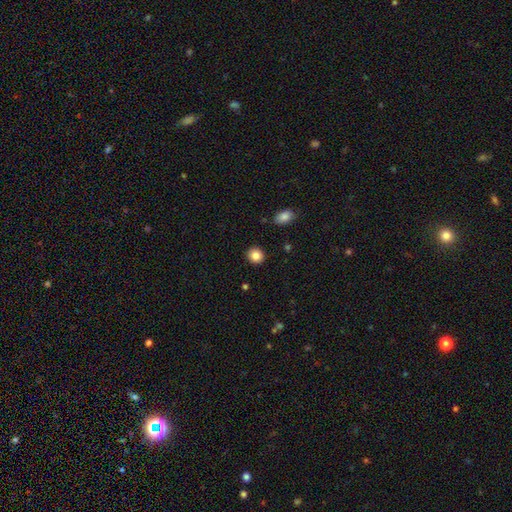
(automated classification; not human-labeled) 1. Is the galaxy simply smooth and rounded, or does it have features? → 85% smooth, 9% star or artifact, 6% featured or disk.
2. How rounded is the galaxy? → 86% round, 13% in between, 1% cigar-shaped.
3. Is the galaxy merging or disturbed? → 91% none, 6% minor disturbance, 2% major disturbance, 2% merger.